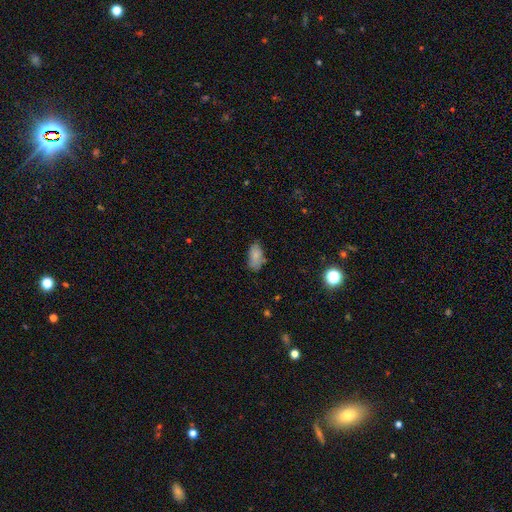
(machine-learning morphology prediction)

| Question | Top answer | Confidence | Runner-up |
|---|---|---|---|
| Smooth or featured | smooth | 81% | featured or disk (10%) |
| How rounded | in between | 92% | cigar-shaped (4%) |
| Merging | none | 64% | minor disturbance (26%) |